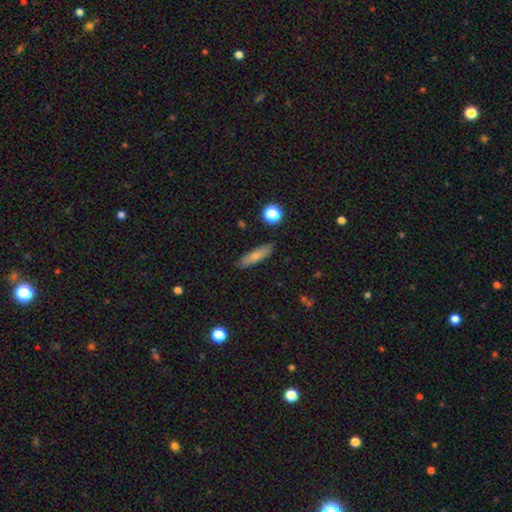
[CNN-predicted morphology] This is likely a smooth galaxy (77%). How rounded: likely cigar-shaped (66%). Merging: clearly none (87%).